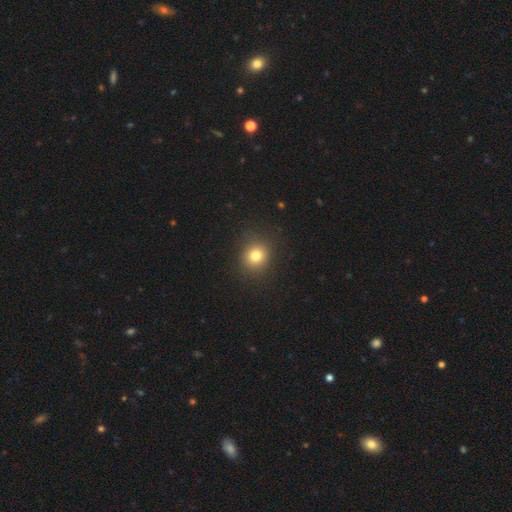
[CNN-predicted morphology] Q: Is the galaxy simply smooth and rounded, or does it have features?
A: smooth — 79%.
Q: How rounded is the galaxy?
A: round — 81%.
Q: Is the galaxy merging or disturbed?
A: none — 88%.